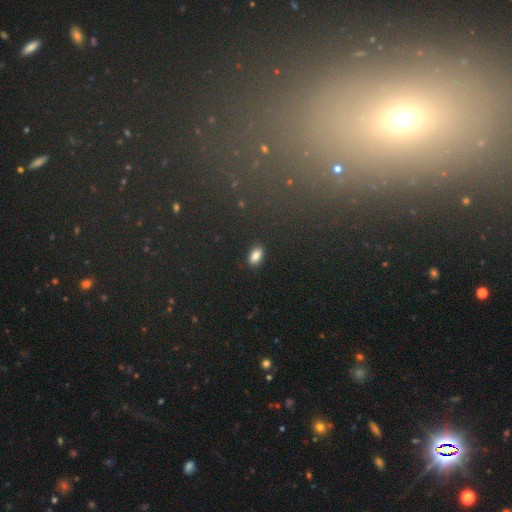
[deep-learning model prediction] Q: Smooth or featured?
A: smooth (85%); runner-up: star or artifact (10%)
Q: How rounded?
A: in between (92%); runner-up: round (5%)
Q: Merging?
A: none (89%); runner-up: minor disturbance (8%)